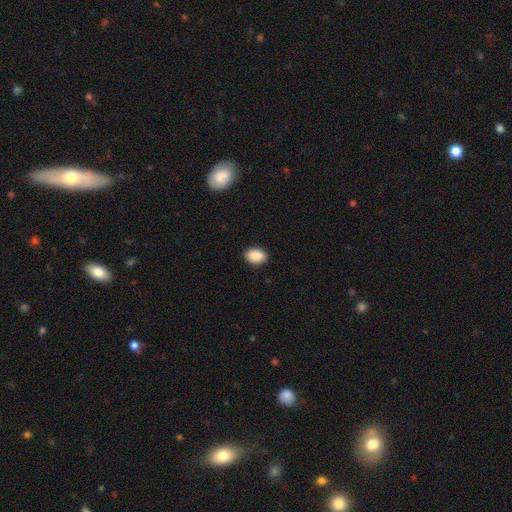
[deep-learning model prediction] Q: Smooth or featured?
A: smooth (90%); runner-up: star or artifact (7%)
Q: How rounded?
A: in between (83%); runner-up: round (16%)
Q: Merging?
A: none (89%); runner-up: minor disturbance (8%)